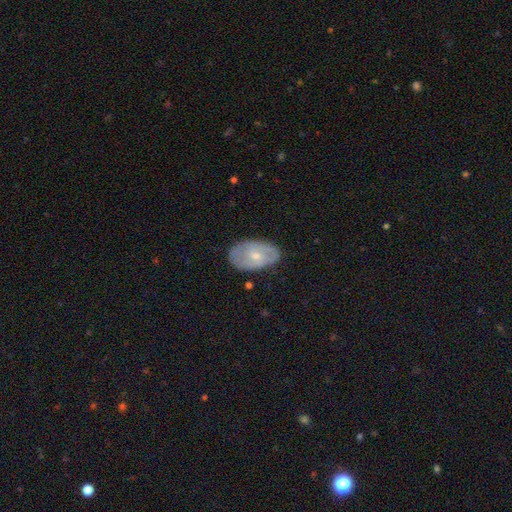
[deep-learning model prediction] A featured or disk galaxy (53%). Merging: none (73%).